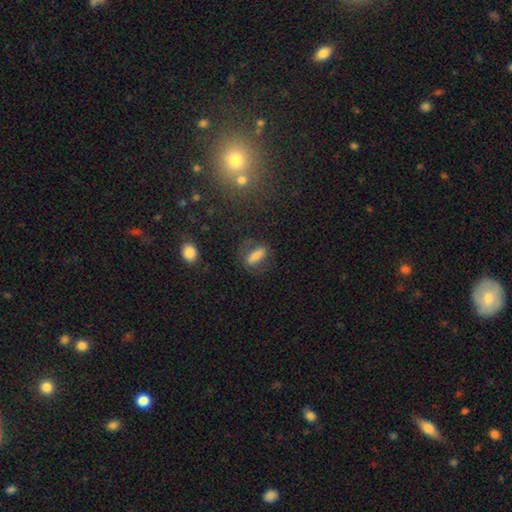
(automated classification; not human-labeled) Overall: smooth (70%). How rounded: in between (66%; cigar-shaped 28%). Merging: none (70%).